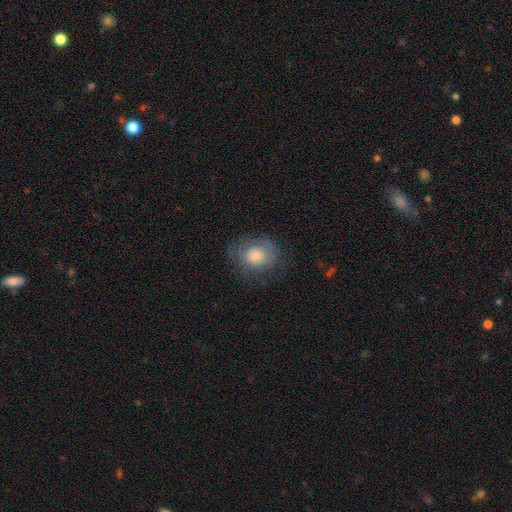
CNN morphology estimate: type=smooth (63%); roundness=round (58%); merging=none (69%).